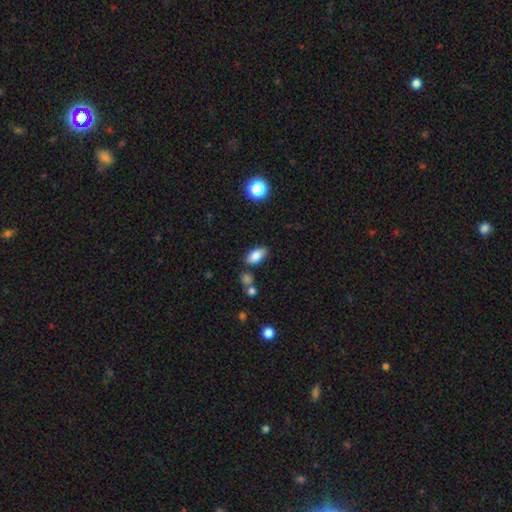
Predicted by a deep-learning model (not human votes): This is clearly a smooth galaxy (83%). How rounded: clearly in between (89%). Merging: likely none (79%).